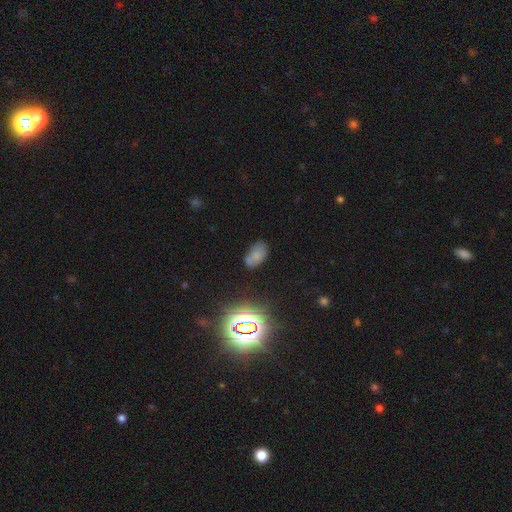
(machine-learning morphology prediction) Smooth or featured?
  - smooth: 61% *
  - star or artifact: 22%
  - featured or disk: 16%
How rounded?
  - in between: 91% *
  - round: 7%
  - cigar-shaped: 2%
Merging?
  - none: 58% *
  - minor disturbance: 23%
  - merger: 10%
  - major disturbance: 9%